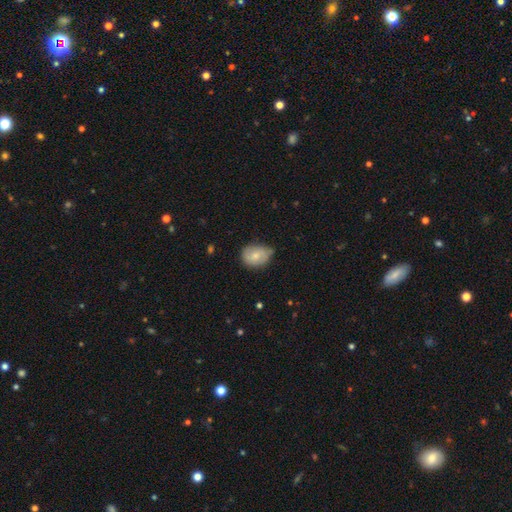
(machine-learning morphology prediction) smooth-or-featured: smooth: 64% | featured or disk: 29% | star or artifact: 7%
  how-rounded: in between: 61% | round: 38% | cigar-shaped: 1%
  merging: none: 58% | minor disturbance: 34% | major disturbance: 6% | merger: 2%